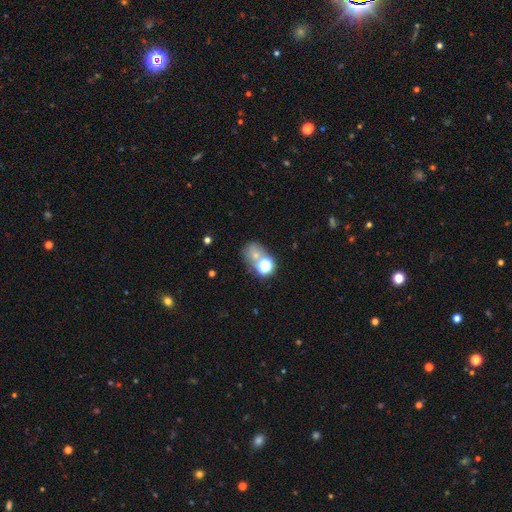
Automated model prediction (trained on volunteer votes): This is possibly a smooth galaxy (59%). How rounded: possibly round (59%). Merging: possibly none (45%).